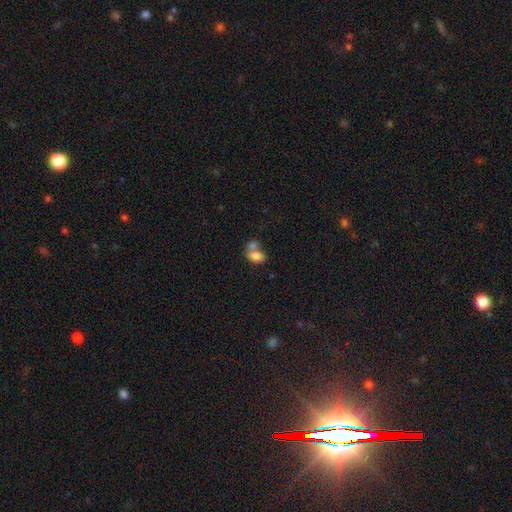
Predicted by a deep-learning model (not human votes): smooth_or_featured: smooth (p=0.79) [alt: featured or disk p=0.12]
how_rounded: in between (p=0.78) [alt: round p=0.20]
merging: merger (p=0.58) [alt: none p=0.28]